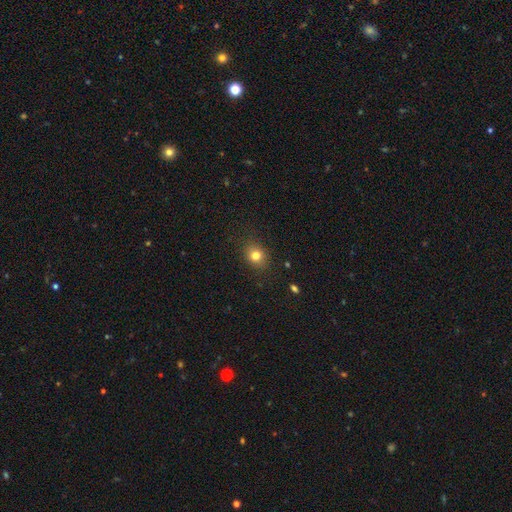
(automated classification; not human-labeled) Morphology: type=smooth (79%); roundness=round (68%); merging=none (85%).